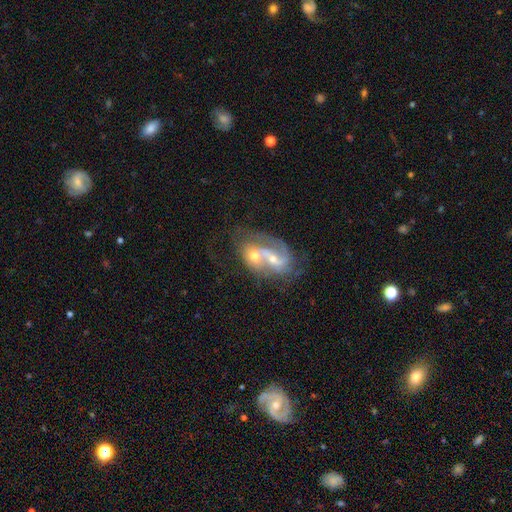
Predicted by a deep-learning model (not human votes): smooth-or-featured: featured or disk: 75% | smooth: 16% | star or artifact: 8%
  disk-edge-on: no: 96% | yes: 4%
    bar: no: 49% | weak: 36% | strong: 15%
    has-spiral-arms: yes: 82% | no: 18%
      spiral-winding: medium: 43% | loose: 33% | tight: 25%
      spiral-arm-count: 2: 65% | can't tell: 15% | 1: 14% | 3: 4% | 4: 2% | more than 4: 2%
    bulge-size: small: 45% (tied) | moderate: 45% (tied) | none: 5% | large: 3% | dominant: 1%
  merging: merger: 69% | none: 17% | major disturbance: 7% | minor disturbance: 7%